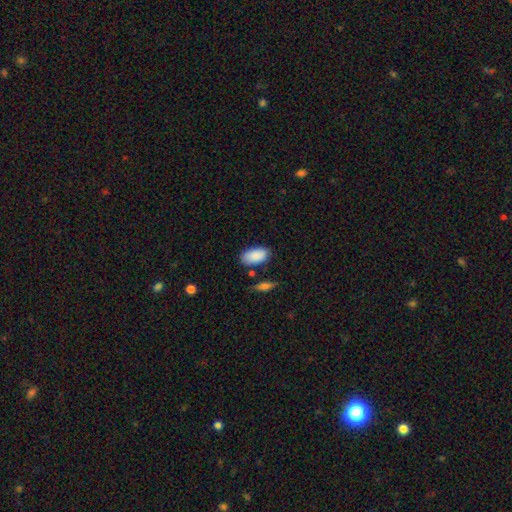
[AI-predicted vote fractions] The model was most divided on "merging": none: 76%, minor disturbance: 16%, merger: 5%, major disturbance: 3%. More confident: how rounded — in between (94%); smooth or featured — smooth (88%).